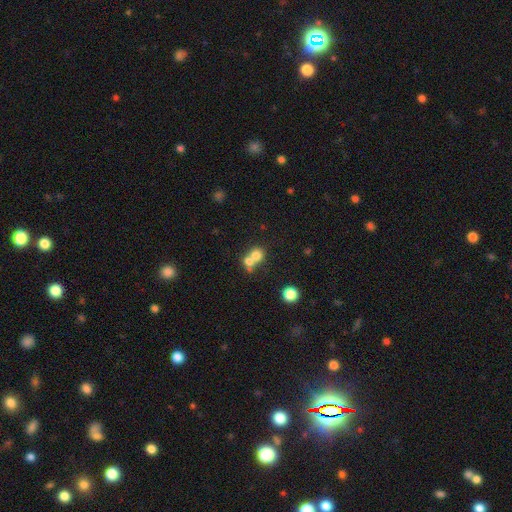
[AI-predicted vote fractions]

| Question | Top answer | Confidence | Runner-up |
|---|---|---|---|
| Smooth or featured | smooth | 72% | featured or disk (16%) |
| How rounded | round | 76% | in between (23%) |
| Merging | merger | 63% | none (29%) |